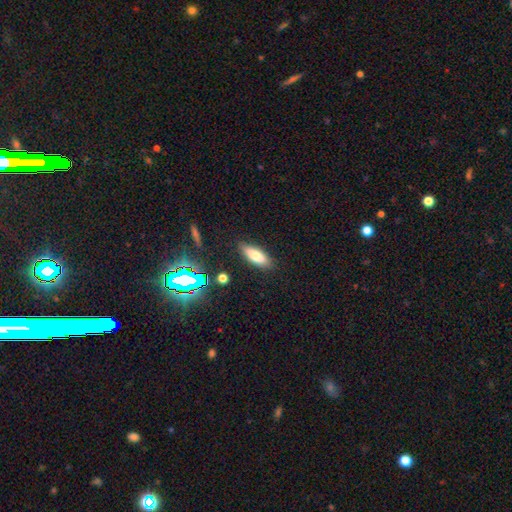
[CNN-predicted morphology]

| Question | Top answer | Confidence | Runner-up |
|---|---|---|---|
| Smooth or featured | smooth | 76% | featured or disk (14%) |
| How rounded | in between | 69% | cigar-shaped (28%) |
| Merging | none | 85% | minor disturbance (11%) |